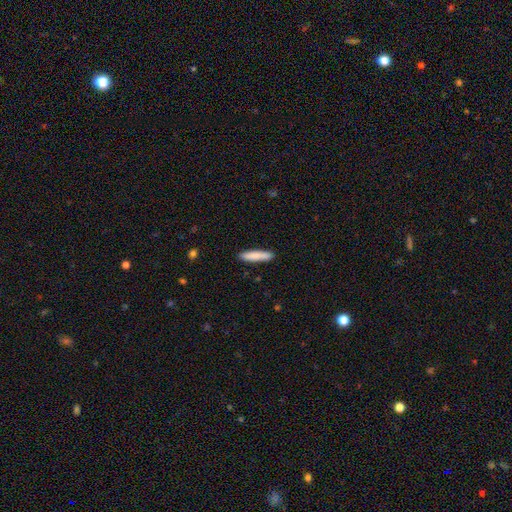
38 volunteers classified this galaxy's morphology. smooth 84%, featured or disk 8%, star or artifact 8%. Down the decision tree: how rounded — cigar-shaped (72%); merging — none (83%).